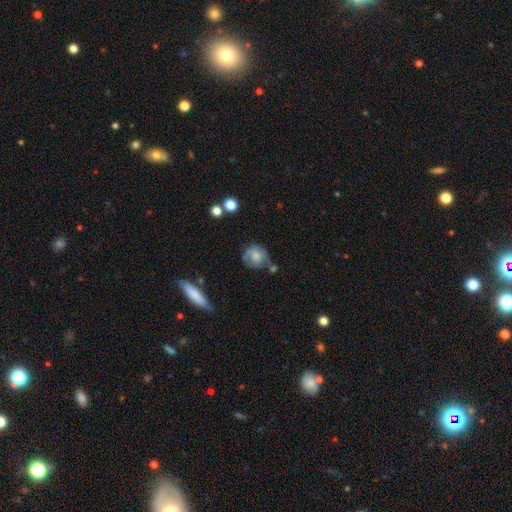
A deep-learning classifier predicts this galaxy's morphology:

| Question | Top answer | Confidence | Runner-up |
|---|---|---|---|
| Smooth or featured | smooth | 62% | featured or disk (30%) |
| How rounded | round | 78% | in between (20%) |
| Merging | none | 48% | minor disturbance (29%) |